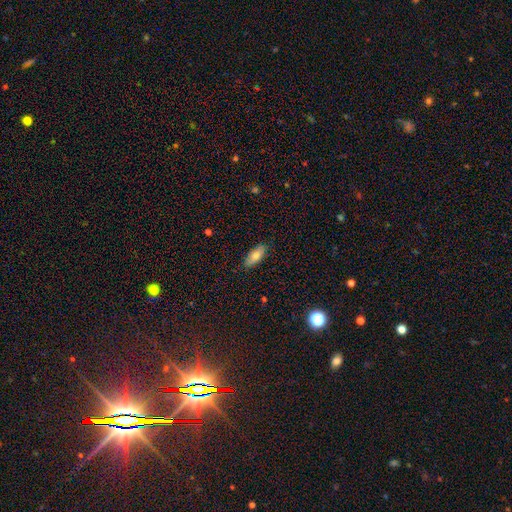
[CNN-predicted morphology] A smooth galaxy with no disk features (76%) that is in between round and cigar-shaped (79%).

Vote fractions:
- Smooth or featured? smooth: 76% / featured or disk: 17% / star or artifact: 7%
- How rounded? in between: 79% / cigar-shaped: 19% / round: 2%
- Merging? none: 87% / minor disturbance: 10% / major disturbance: 2% / merger: 1%